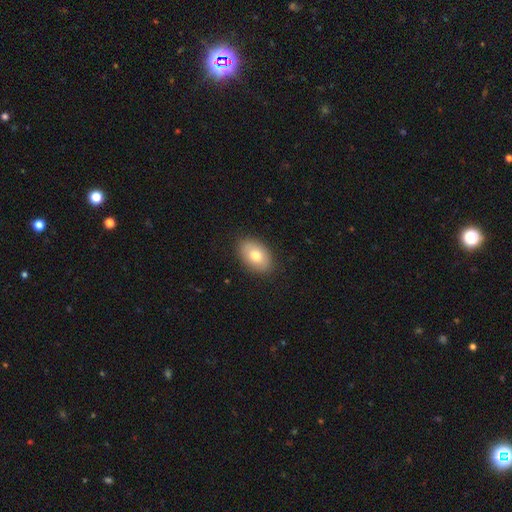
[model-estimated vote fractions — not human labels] The model was most divided on "smooth or featured": smooth: 76%, featured or disk: 17%, star or artifact: 7%. More confident: merging — none (87%); how rounded — in between (86%).